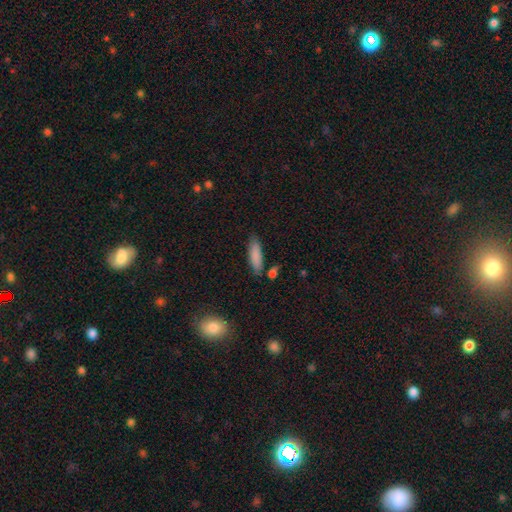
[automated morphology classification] Smooth or featured?
  - smooth: 85% *
  - featured or disk: 8%
  - star or artifact: 7%
How rounded?
  - cigar-shaped: 55% *
  - in between: 43%
  - round: 2%
Merging?
  - none: 79% *
  - minor disturbance: 13%
  - merger: 5%
  - major disturbance: 3%